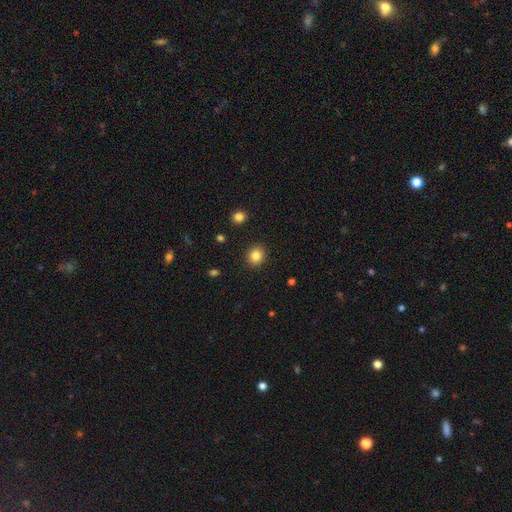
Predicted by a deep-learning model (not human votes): A smooth galaxy with no disk features (84%) that is round (74%).

Vote fractions:
- Smooth or featured? smooth: 84% / star or artifact: 10% / featured or disk: 6%
- How rounded? round: 74% / in between: 25% / cigar-shaped: 1%
- Merging? none: 90% / minor disturbance: 6% / major disturbance: 2% / merger: 1%